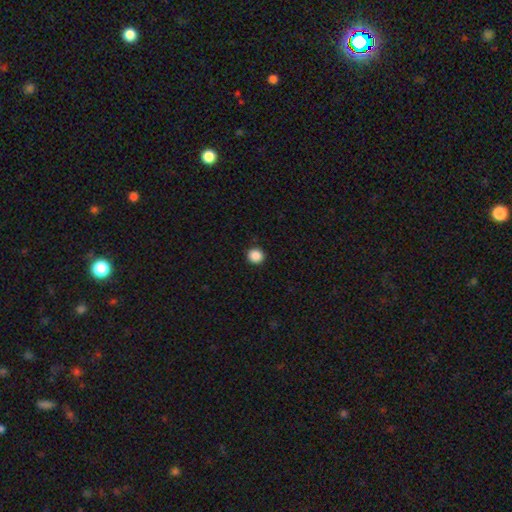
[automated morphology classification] type=smooth (88%); roundness=round (92%); merging=none (93%).